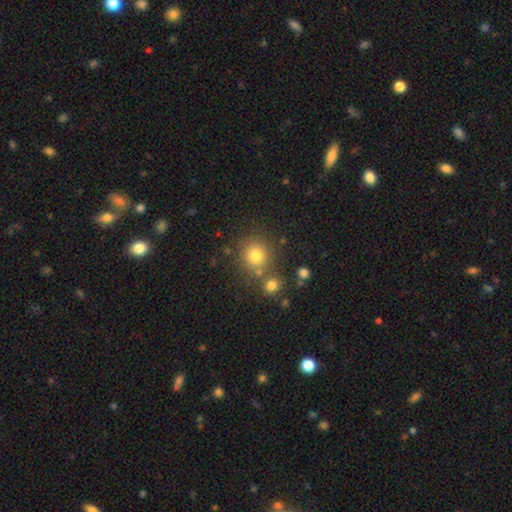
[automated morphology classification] Smooth or featured? Predicted: smooth (p=0.77). How rounded? Predicted: round (p=0.89). Merging? Predicted: none (p=0.74).